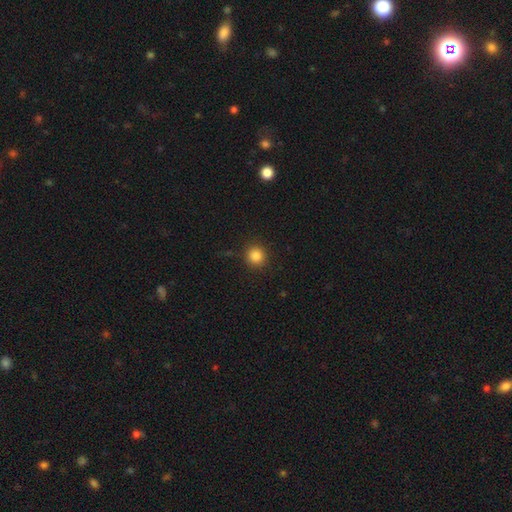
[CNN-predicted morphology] The model was most divided on "smooth or featured": smooth: 85%, star or artifact: 11%, featured or disk: 4%. More confident: how rounded — round (92%); merging — none (89%).